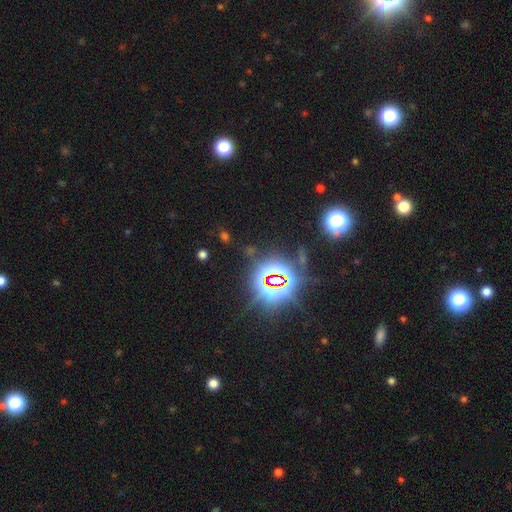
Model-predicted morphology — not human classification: A star or artifact, not a galaxy (81%).